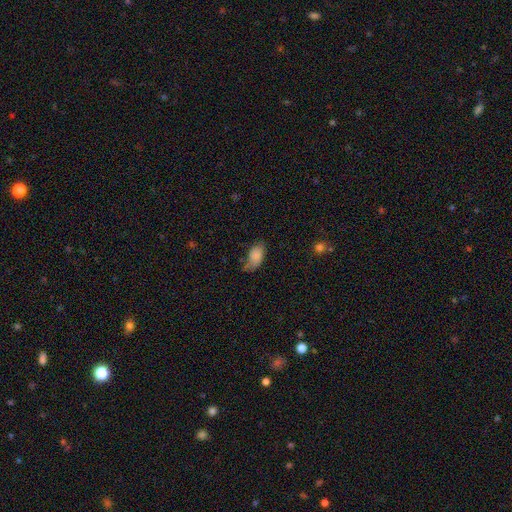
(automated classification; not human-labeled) Morphology: type=smooth (84%); roundness=in between (93%); merging=none (49%).